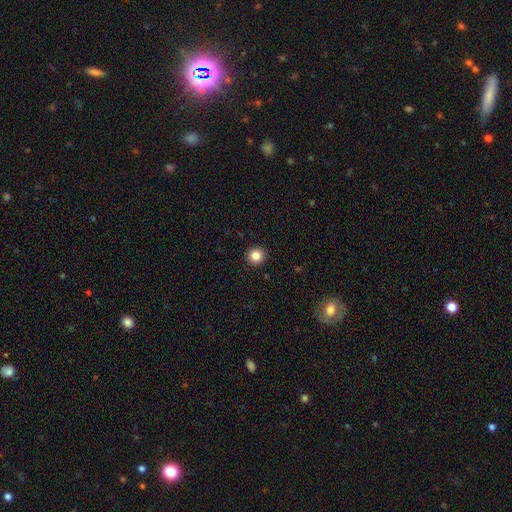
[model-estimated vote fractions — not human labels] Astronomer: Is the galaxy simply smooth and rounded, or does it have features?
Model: smooth — 85%.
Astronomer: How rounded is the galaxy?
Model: round — 94%.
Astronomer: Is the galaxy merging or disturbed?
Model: none — 93%.